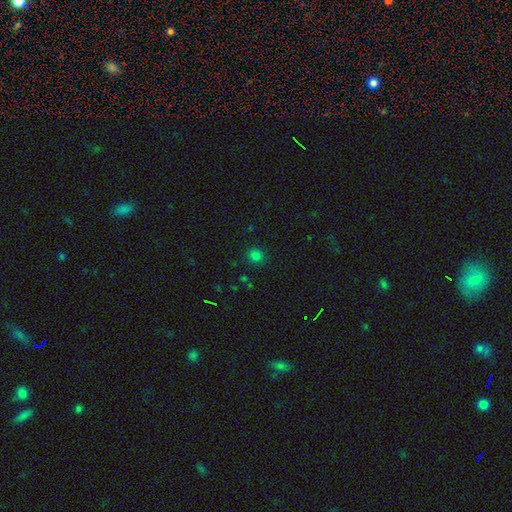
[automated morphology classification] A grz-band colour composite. It shows a smooth galaxy with no disk features (78%) that is round (92%). Merging: none (88%).